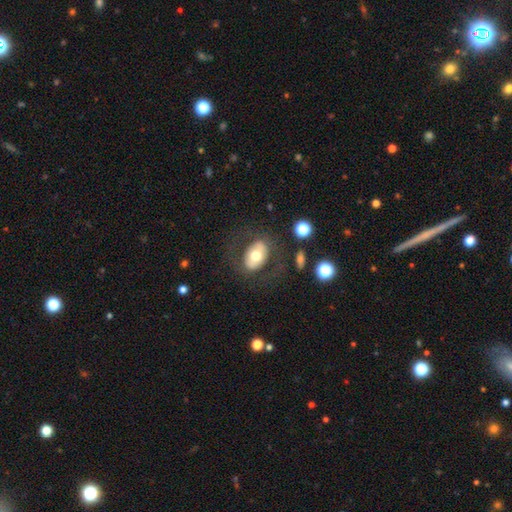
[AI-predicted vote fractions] Q: Smooth or featured?
A: smooth (54%); runner-up: featured or disk (38%)
Q: How rounded?
A: in between (81%); runner-up: round (17%)
Q: Merging?
A: none (71%); runner-up: minor disturbance (14%)